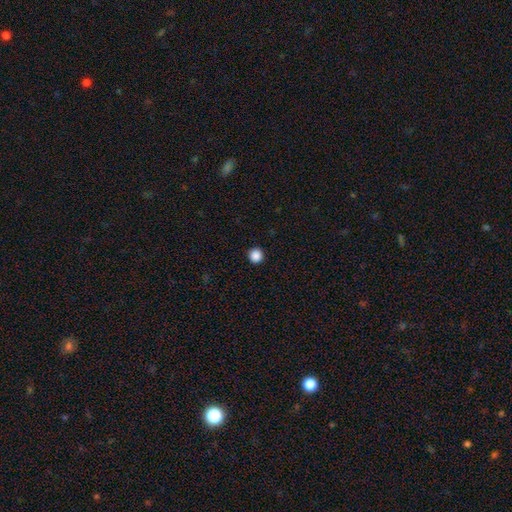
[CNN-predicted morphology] Smooth or featured? smooth (87%)
How rounded? round (96%)
Merging? none (94%)